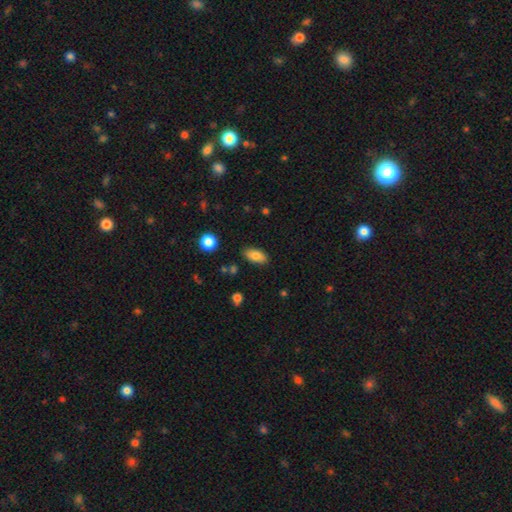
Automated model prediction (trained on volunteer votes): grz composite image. It shows a smooth galaxy with no disk features (81%) that is in between round and cigar-shaped (90%). Merging: none (84%).